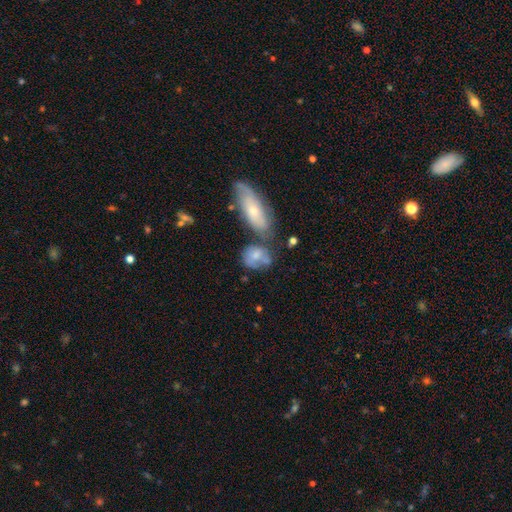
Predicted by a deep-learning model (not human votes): smooth 63%, featured or disk 29%, star or artifact 8%. Down the decision tree: how rounded — in between (53%); merging — none (35%).